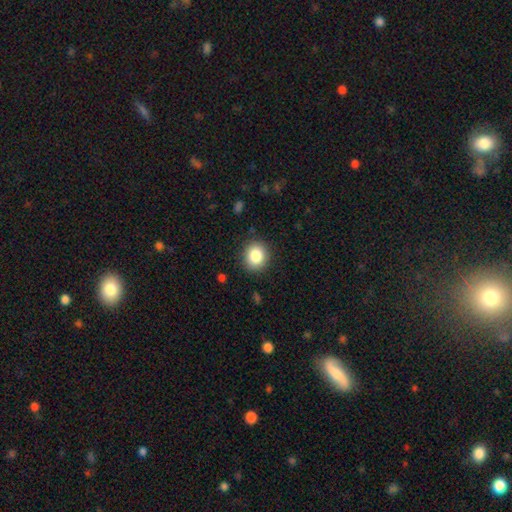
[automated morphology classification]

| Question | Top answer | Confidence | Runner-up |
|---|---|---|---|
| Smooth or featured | smooth | 85% | star or artifact (9%) |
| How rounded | round | 75% | in between (24%) |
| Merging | none | 88% | minor disturbance (8%) |